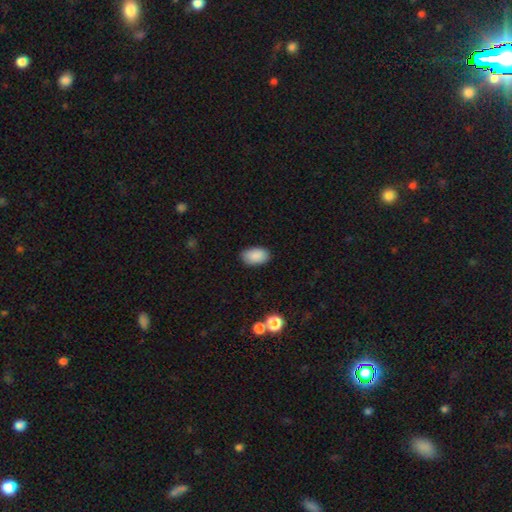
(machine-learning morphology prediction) The model was most divided on "merging": none: 86%, minor disturbance: 11%, major disturbance: 2%, merger: 1%. More confident: how rounded — in between (92%); smooth or featured — smooth (89%).